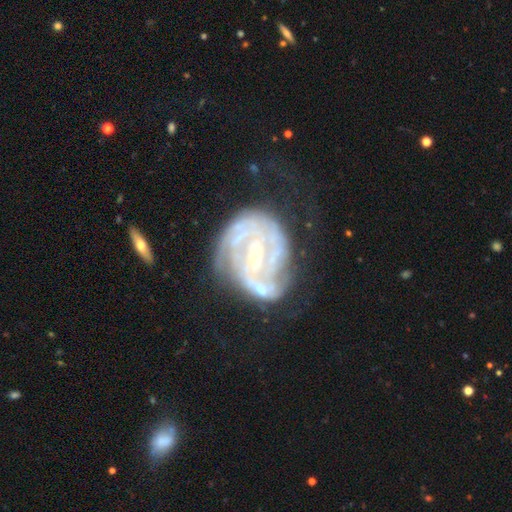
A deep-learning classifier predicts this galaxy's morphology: A featured or disk galaxy (87%) with a weak bar (46%), tight (64%) spiral arms (92%) and a small central bulge (58%). Merging: none (49%).